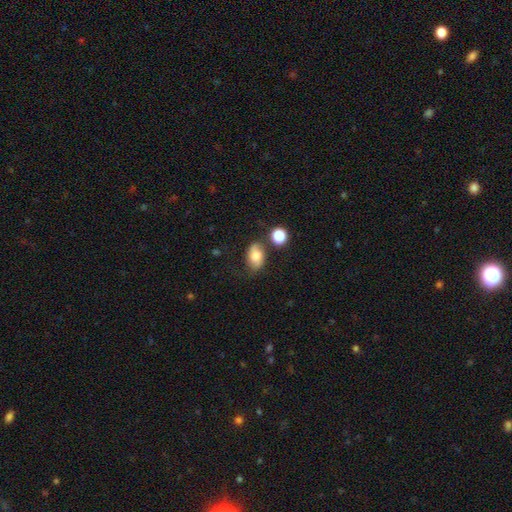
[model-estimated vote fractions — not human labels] Overall: smooth (71%). How rounded: in between (84%). Merging: none (67%).